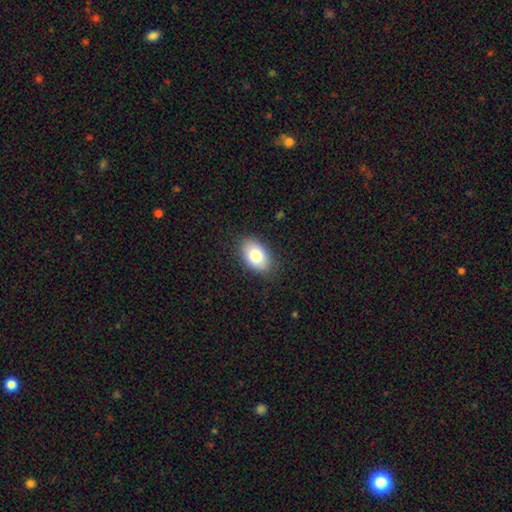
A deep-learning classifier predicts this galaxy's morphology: The model was most divided on "smooth or featured": smooth: 82%, featured or disk: 11%, star or artifact: 7%. More confident: how rounded — in between (91%); merging — none (86%).